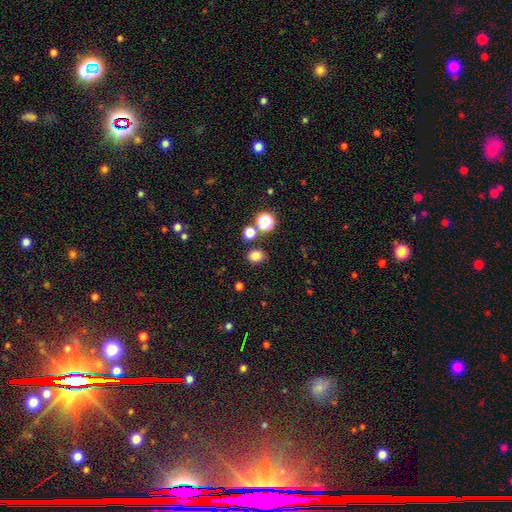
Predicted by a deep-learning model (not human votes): This appears to be a smooth galaxy with no disk features (79%) that is round (61%). Merging: none (82%).